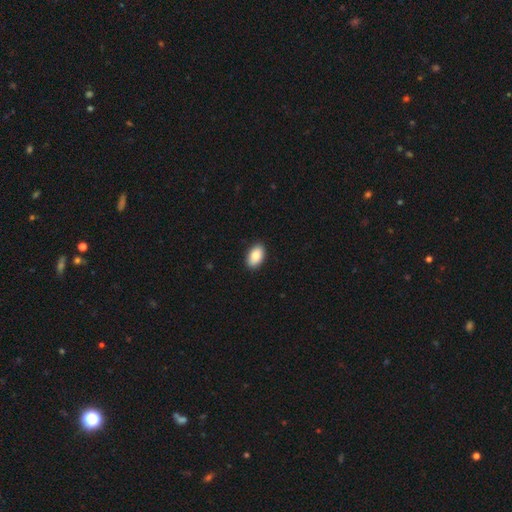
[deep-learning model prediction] Q: Smooth or featured?
A: smooth (85%); runner-up: featured or disk (8%)
Q: How rounded?
A: in between (93%); runner-up: round (5%)
Q: Merging?
A: none (90%); runner-up: minor disturbance (8%)